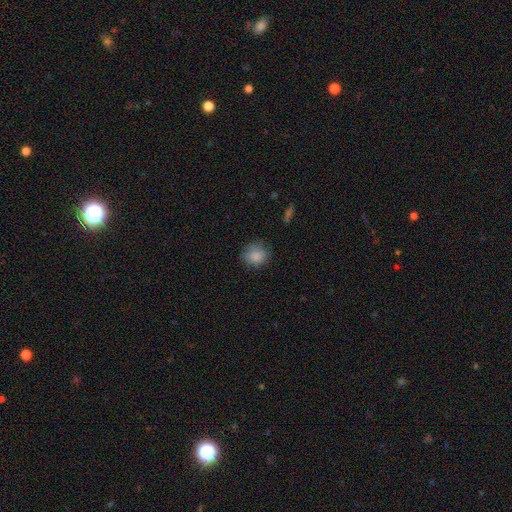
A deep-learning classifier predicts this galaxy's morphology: This is clearly a smooth galaxy (84%). How rounded: likely round (78%). Merging: likely none (72%).